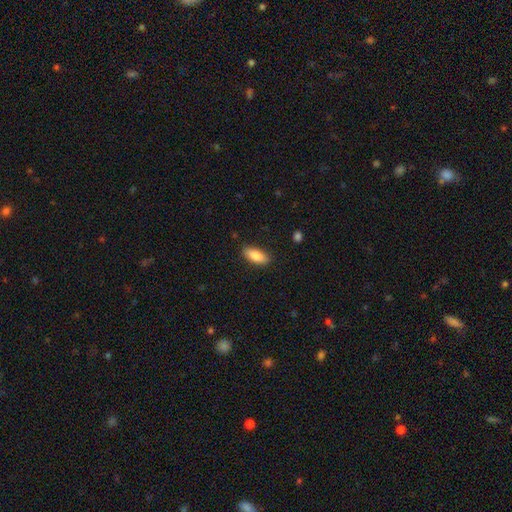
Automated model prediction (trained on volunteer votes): Morphology: type=smooth (87%); roundness=in between (82%); merging=none (86%).